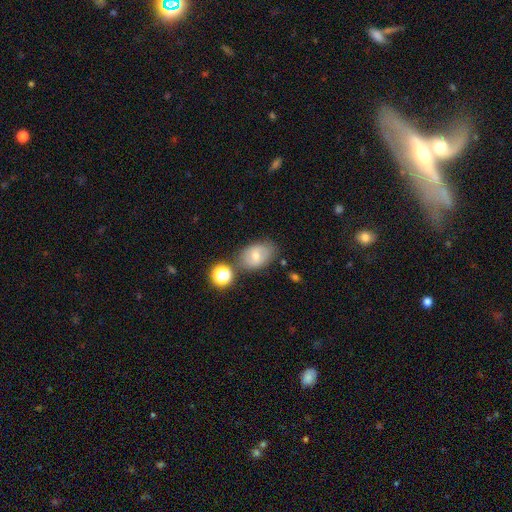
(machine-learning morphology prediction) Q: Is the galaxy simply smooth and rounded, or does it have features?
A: smooth — 63%.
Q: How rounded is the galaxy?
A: in between — 79%.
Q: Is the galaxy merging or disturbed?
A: none — 67%.